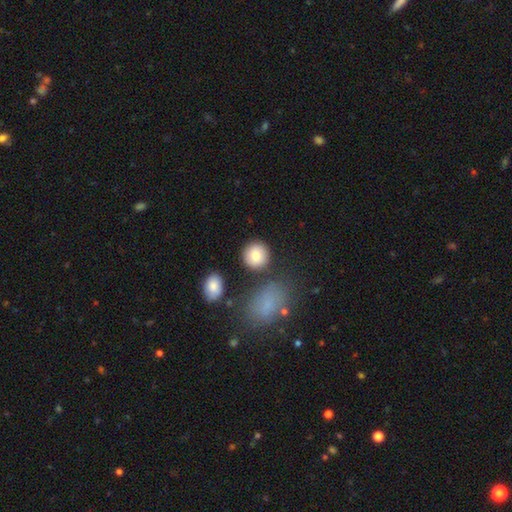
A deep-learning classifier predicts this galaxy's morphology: A smooth galaxy with no disk features (81%) that is round (90%).

Vote fractions:
- Smooth or featured? smooth: 81% / featured or disk: 10% / star or artifact: 9%
- How rounded? round: 90% / in between: 9% / cigar-shaped: 1%
- Merging? none: 82% / minor disturbance: 9% / merger: 5% / major disturbance: 3%